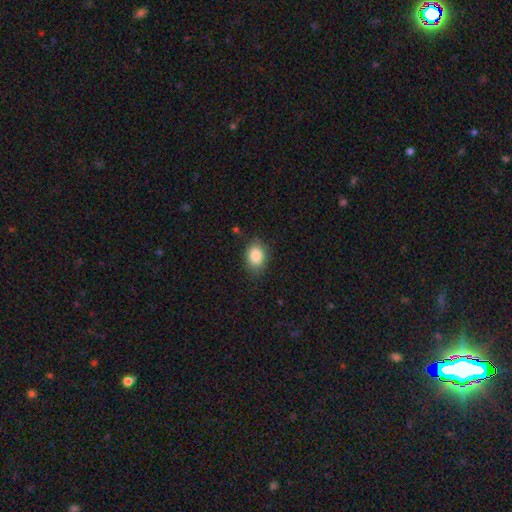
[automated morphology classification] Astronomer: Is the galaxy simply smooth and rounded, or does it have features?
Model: smooth — 86%.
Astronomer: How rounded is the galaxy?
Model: in between — 75%.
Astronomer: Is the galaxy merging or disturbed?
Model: none — 79%.